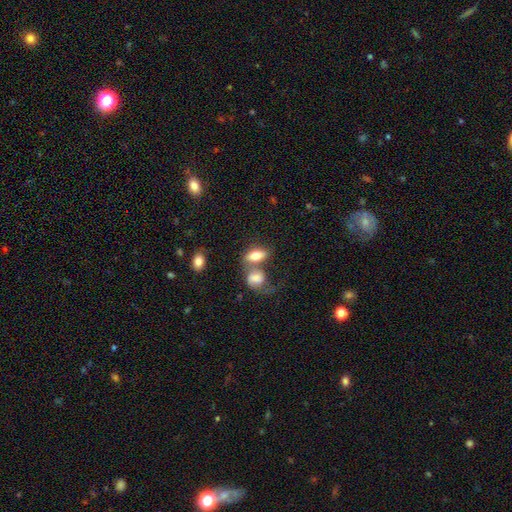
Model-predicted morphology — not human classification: This appears to be a smooth galaxy with no disk features (73%) that is in between round and cigar-shaped (84%). Merging: merger (46%).